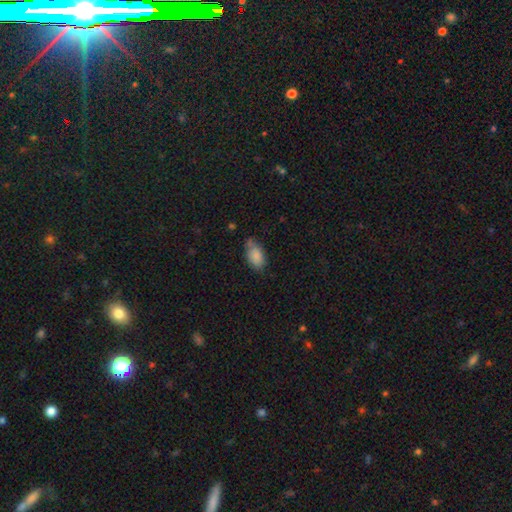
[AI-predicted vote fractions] Smooth or featured? smooth (85%)
How rounded? in between (92%)
Merging? none (62%)